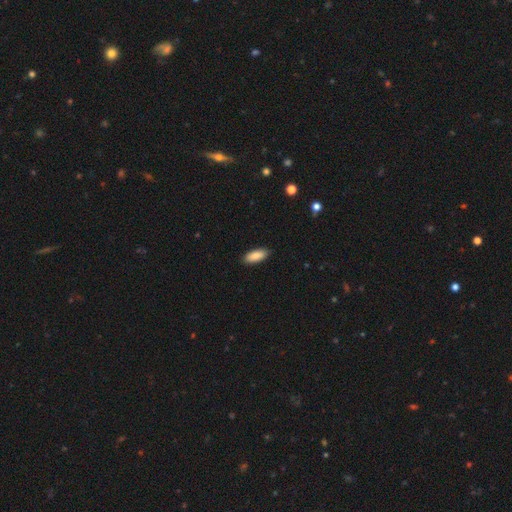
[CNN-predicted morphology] A smooth galaxy with no disk features (88%) that is in between round and cigar-shaped (81%).

Vote fractions:
- Smooth or featured? smooth: 88% / star or artifact: 6% / featured or disk: 6%
- How rounded? in between: 81% / cigar-shaped: 17% / round: 2%
- Merging? none: 90% / minor disturbance: 8% / major disturbance: 2% / merger: 1%